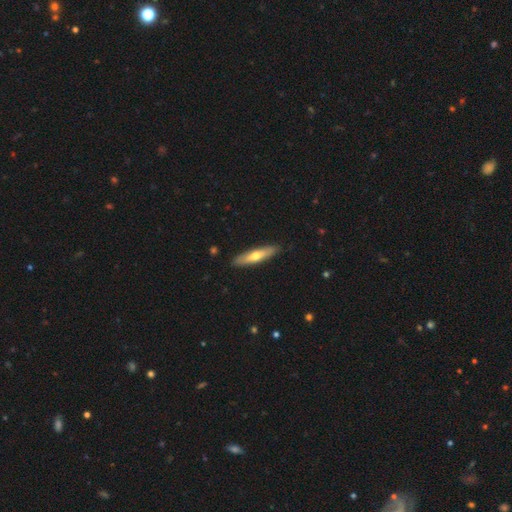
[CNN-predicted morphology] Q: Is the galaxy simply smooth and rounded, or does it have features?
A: smooth — 52%.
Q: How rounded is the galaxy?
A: cigar-shaped — 78%.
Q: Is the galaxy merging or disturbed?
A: none — 89%.